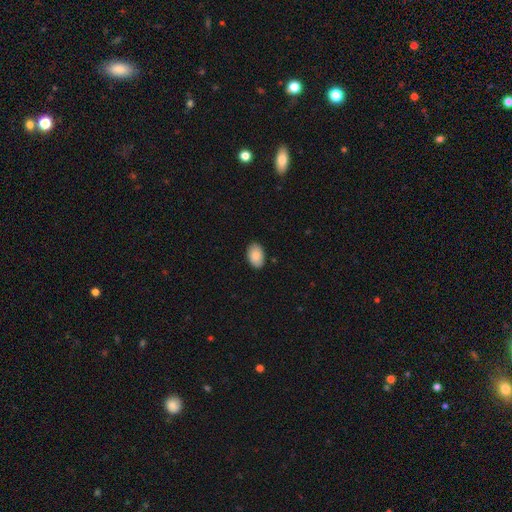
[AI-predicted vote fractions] Overall: smooth (86%). How rounded: in between (91%). Merging: none (88%).